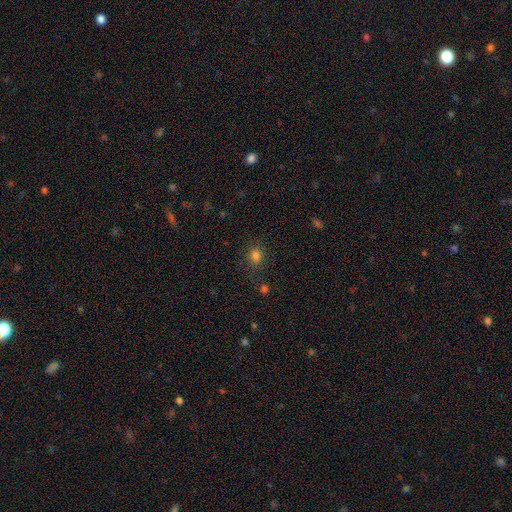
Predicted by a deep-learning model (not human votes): A smooth galaxy with no disk features (79%) that is round (70%).

Vote fractions:
- Smooth or featured? smooth: 79% / star or artifact: 16% / featured or disk: 5%
- How rounded? round: 70% / in between: 29% / cigar-shaped: 1%
- Merging? none: 80% / minor disturbance: 12% / major disturbance: 5% / merger: 3%